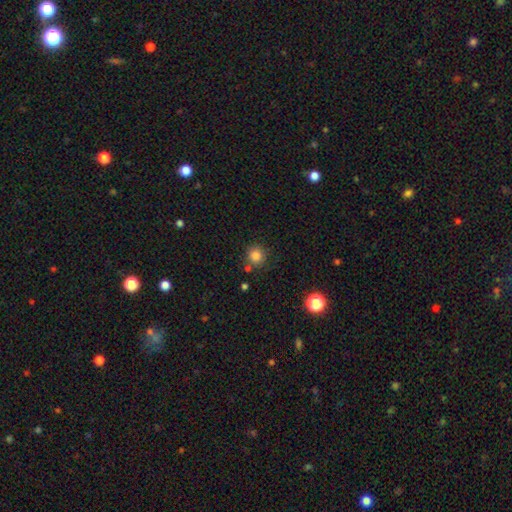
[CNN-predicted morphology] This is clearly a smooth galaxy (83%). How rounded: clearly round (91%). Merging: likely none (78%).